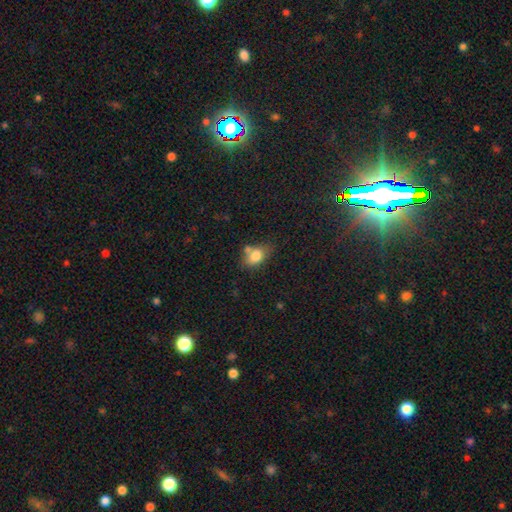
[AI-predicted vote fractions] This is likely a smooth galaxy (79%). How rounded: likely in between (76%). Merging: possibly none (50%).